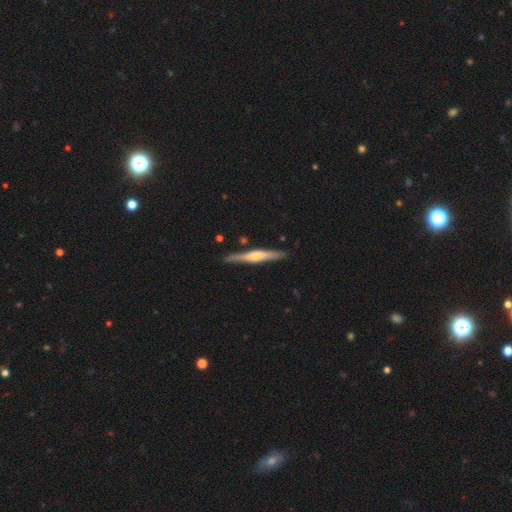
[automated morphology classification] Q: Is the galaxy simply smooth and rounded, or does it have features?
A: featured or disk — 69%.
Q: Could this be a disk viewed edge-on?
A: yes — 97%.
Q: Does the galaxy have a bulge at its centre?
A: rounded — 85%.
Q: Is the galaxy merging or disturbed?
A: none — 87%.